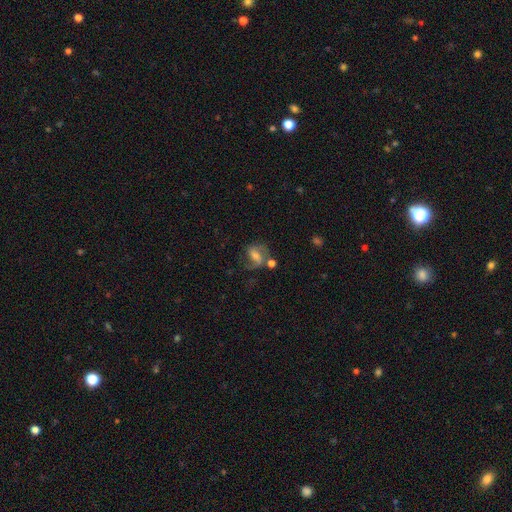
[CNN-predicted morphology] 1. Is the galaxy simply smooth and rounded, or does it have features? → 63% featured or disk, 27% smooth, 10% star or artifact.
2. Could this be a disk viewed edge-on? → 96% no, 4% yes.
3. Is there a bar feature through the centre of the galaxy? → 44% weak, 31% strong, 25% no.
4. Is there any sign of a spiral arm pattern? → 87% yes, 13% no.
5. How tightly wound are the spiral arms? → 45% medium, 42% loose, 14% tight.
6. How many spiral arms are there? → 74% 2, 16% 1, 7% can't tell, 2% 3, 1% 4, 1% more than 4.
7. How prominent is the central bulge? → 44% moderate, 36% small, 9% large, 8% none, 2% dominant.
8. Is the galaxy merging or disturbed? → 46% none, 19% major disturbance, 19% minor disturbance, 16% merger.